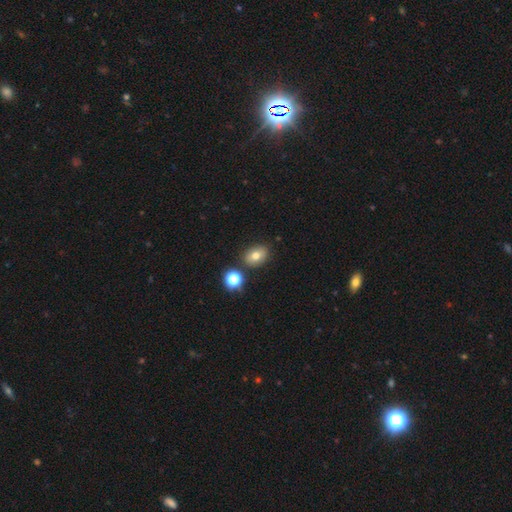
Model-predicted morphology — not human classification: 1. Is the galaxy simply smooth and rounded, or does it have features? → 74% smooth, 13% featured or disk, 13% star or artifact.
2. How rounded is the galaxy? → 71% in between, 27% round, 1% cigar-shaped.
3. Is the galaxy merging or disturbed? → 80% none, 11% minor disturbance, 6% merger, 3% major disturbance.